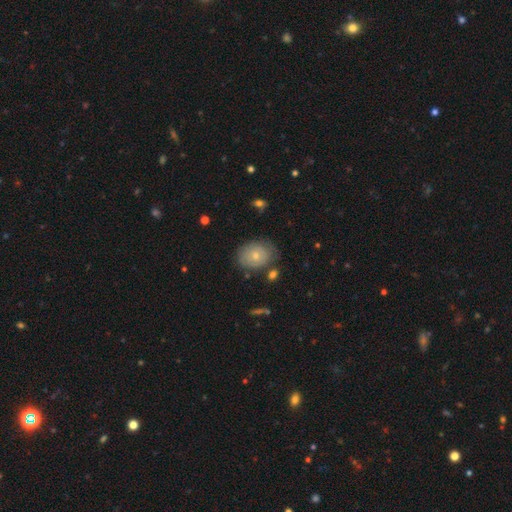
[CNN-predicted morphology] This is likely a smooth galaxy (60%). How rounded: possibly in between (53%). Merging: likely none (69%).